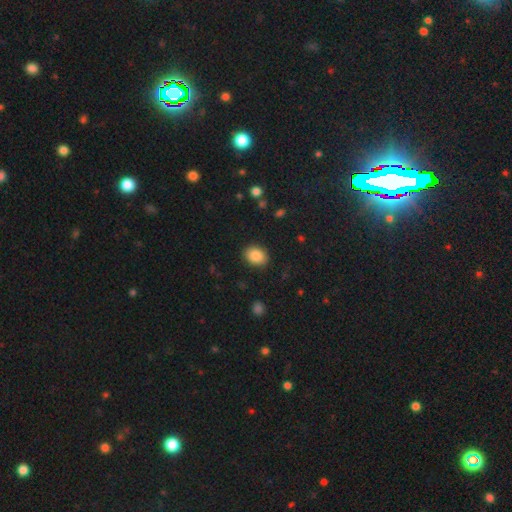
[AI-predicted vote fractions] Morphology: type=smooth (88%); roundness=in between (61%); merging=none (89%).